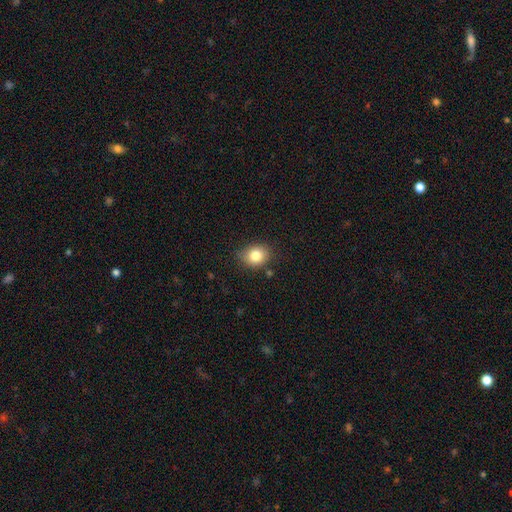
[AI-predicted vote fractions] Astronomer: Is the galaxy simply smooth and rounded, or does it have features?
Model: smooth — 81%.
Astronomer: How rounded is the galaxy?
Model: round — 53% (runner-up: in between, 46%).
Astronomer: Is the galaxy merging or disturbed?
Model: none — 76%.